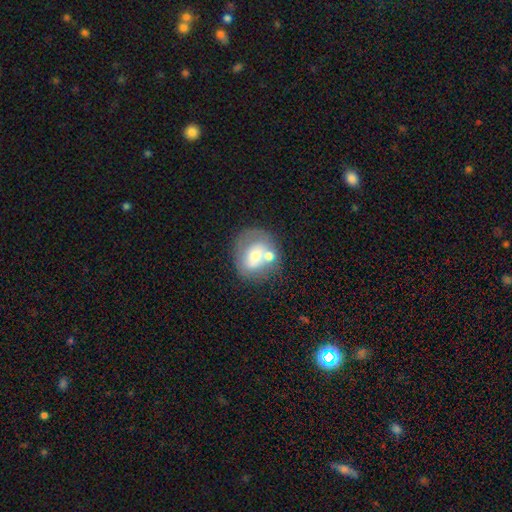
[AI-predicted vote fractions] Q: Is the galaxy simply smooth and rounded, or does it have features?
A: smooth — 50%.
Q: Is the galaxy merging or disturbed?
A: none — 43%.